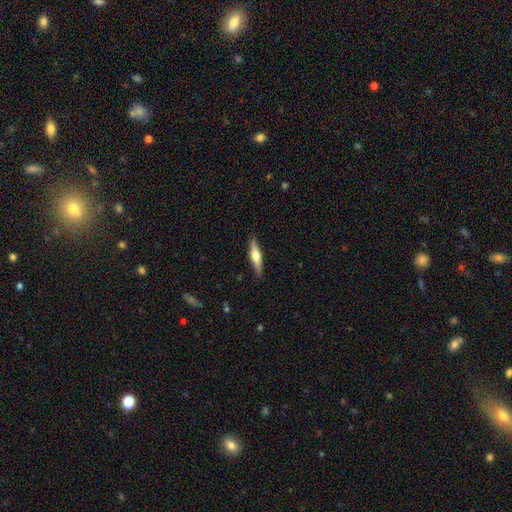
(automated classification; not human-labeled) Smooth or featured? featured or disk (55%)
Edge-on disk? yes (96%)
Edge-on bulge? rounded (91%)
Merging? none (88%)